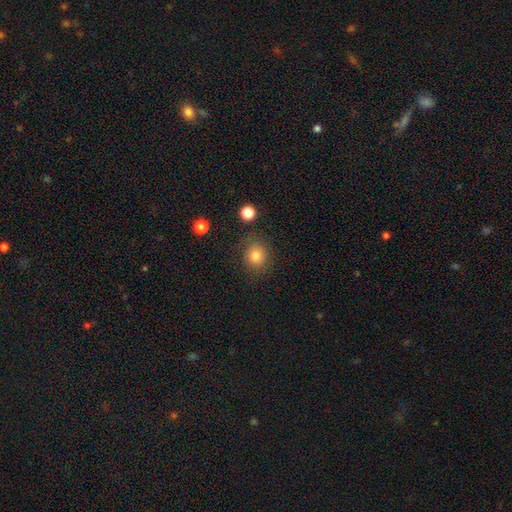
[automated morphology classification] smooth 81%, star or artifact 11%, featured or disk 7%. Down the decision tree: how rounded — round (81%); merging — none (80%).